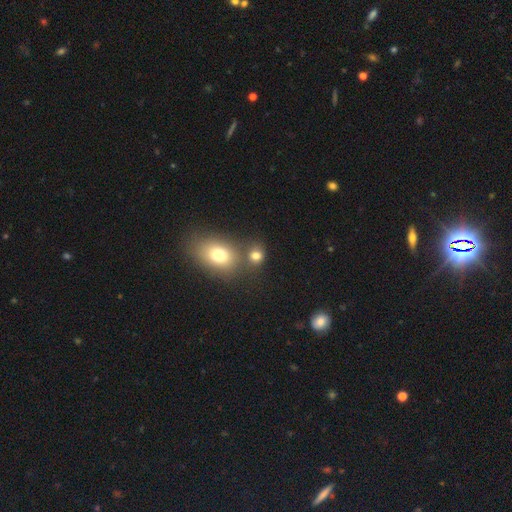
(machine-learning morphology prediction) This appears to be a smooth galaxy with no disk features (77%) that is round (67%). Merging: none (58%).